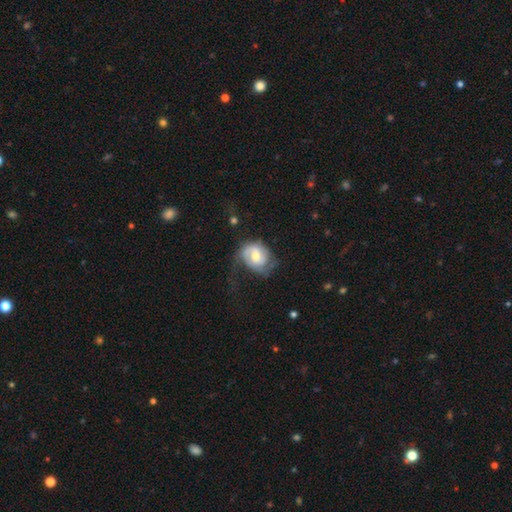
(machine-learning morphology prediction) This is likely a featured or disk galaxy (63%). It is clearly not viewed edge-on (97%). Bar: possibly no (49%). Spiral arm pattern: clearly yes (84%). Spiral arm count: possibly 2 (53%). Spiral winding: marginally medium (39%). Central bulge: likely moderate (63%). Merging: marginally none (41%).